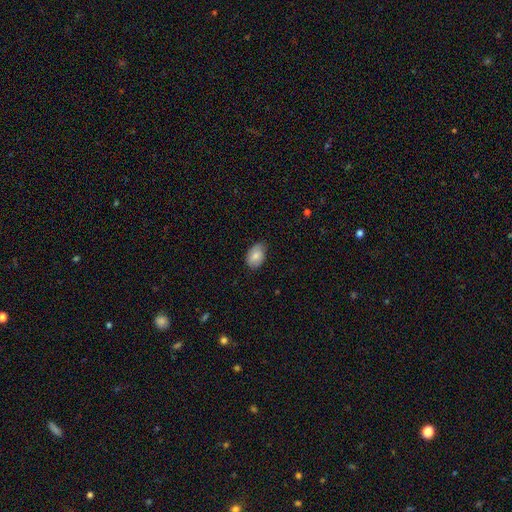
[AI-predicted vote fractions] This appears to be a smooth galaxy with no disk features (79%) that is in between round and cigar-shaped (87%). Merging: none (73%).